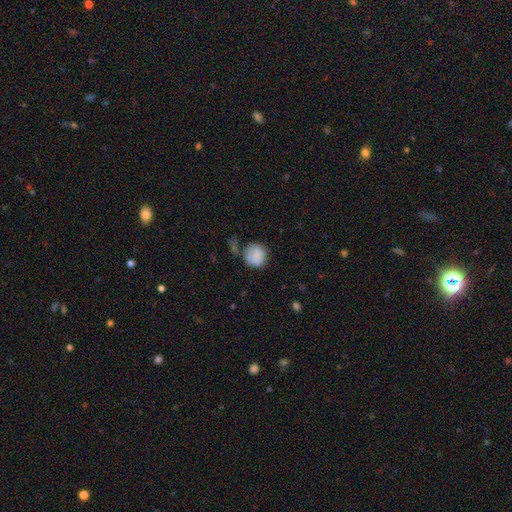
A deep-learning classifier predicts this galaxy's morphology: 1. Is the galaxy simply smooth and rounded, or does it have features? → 83% smooth, 9% featured or disk, 8% star or artifact.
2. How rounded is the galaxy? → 88% round, 11% in between, 1% cigar-shaped.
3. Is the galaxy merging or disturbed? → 62% none, 24% minor disturbance, 7% major disturbance, 7% merger.